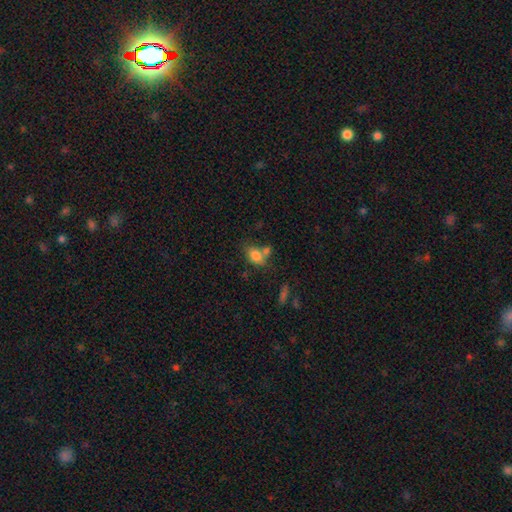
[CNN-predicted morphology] smooth 81%, featured or disk 10%, star or artifact 9%. Down the decision tree: how rounded — in between (78%); merging — none (46%).